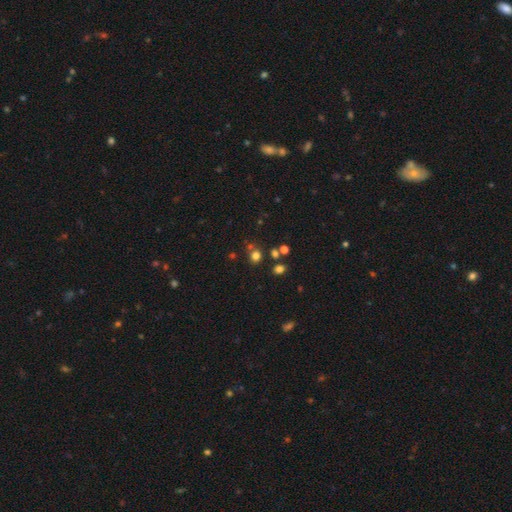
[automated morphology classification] smooth-or-featured: smooth: 70% | star or artifact: 23% | featured or disk: 7%
  how-rounded: round: 75% | in between: 24% | cigar-shaped: 1%
  merging: none: 71% | merger: 15% | minor disturbance: 10% | major disturbance: 4%